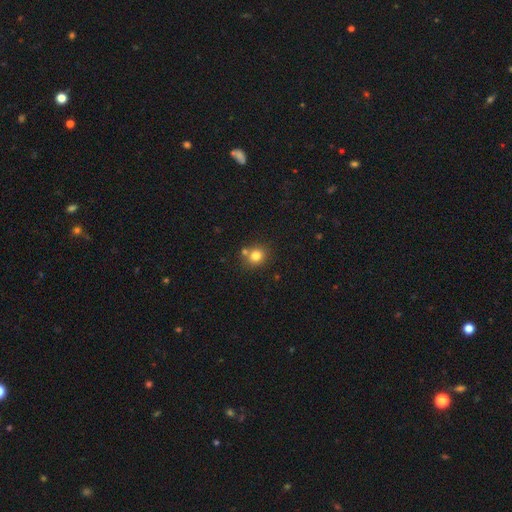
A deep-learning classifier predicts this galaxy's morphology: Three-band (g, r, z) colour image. It shows a smooth galaxy with no disk features (79%) that is round (80%). Merging: none (67%).